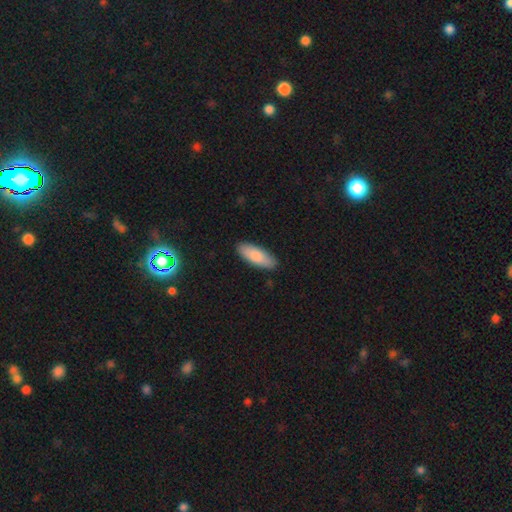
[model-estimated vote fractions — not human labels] A smooth galaxy with no disk features (85%) that is in between round and cigar-shaped (69%). Merging: none (89%).